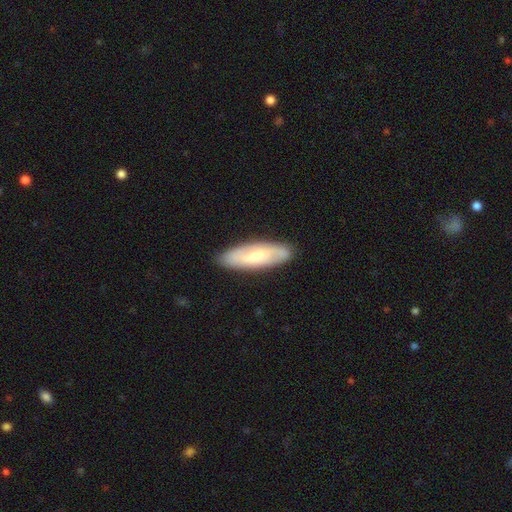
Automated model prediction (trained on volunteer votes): smooth-or-featured: featured or disk: 48% | smooth: 46% | star or artifact: 6%
  merging: none: 86% | minor disturbance: 10% | major disturbance: 2% | merger: 1%